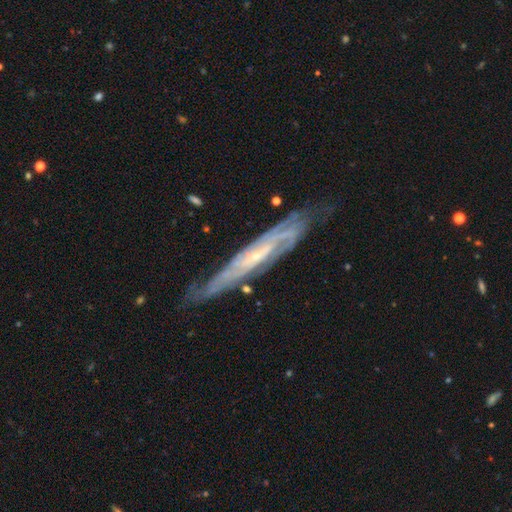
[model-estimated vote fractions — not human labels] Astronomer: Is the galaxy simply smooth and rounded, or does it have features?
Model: featured or disk — 85%.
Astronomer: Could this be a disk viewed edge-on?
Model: no — 57% (runner-up: yes, 43%).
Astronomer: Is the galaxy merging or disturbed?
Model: none — 74%.